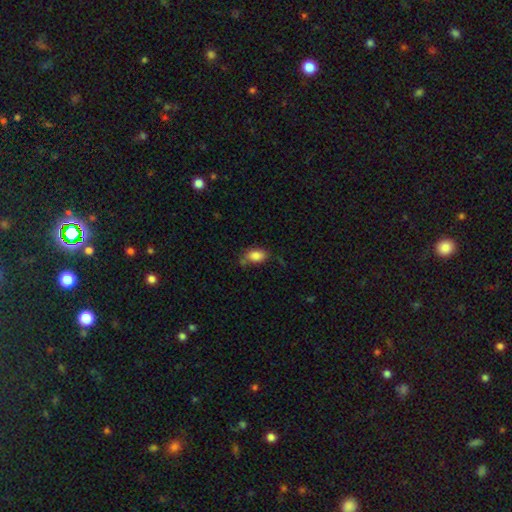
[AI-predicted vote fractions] smooth 85%, star or artifact 8%, featured or disk 7%. Down the decision tree: how rounded — in between (87%); merging — none (62%).